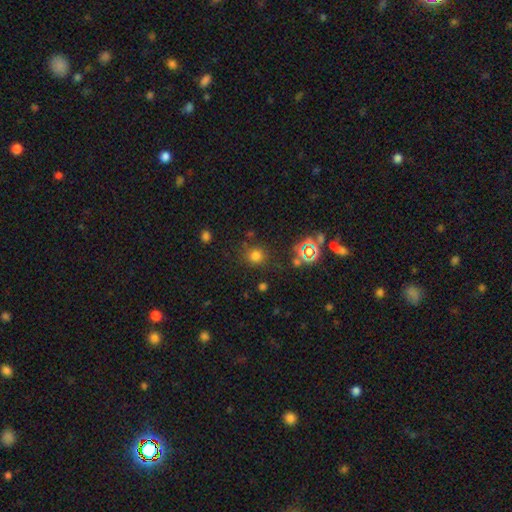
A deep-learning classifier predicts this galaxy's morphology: Q: Smooth or featured?
A: smooth (72%); runner-up: star or artifact (22%)
Q: How rounded?
A: round (85%); runner-up: in between (14%)
Q: Merging?
A: none (78%); runner-up: minor disturbance (12%)